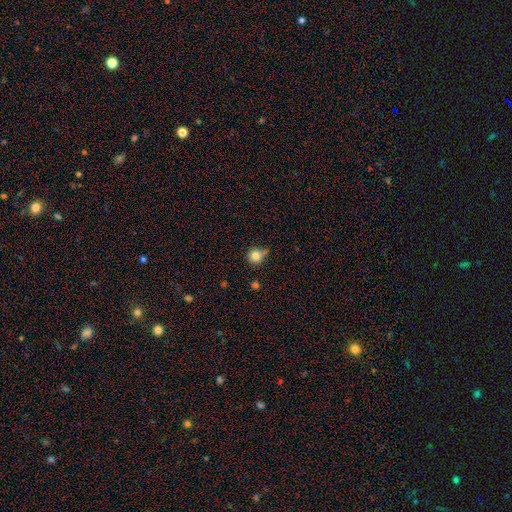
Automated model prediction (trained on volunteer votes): A smooth galaxy with no disk features (81%) that is round (87%). Merging: none (56%).